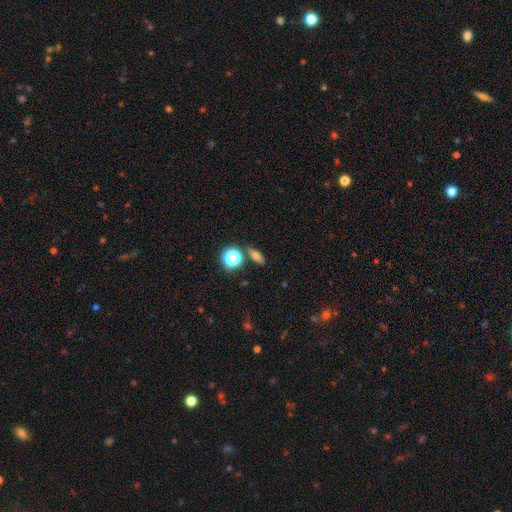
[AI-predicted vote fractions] Smooth or featured? smooth (66%)
How rounded? in between (58%)
Merging? none (80%)